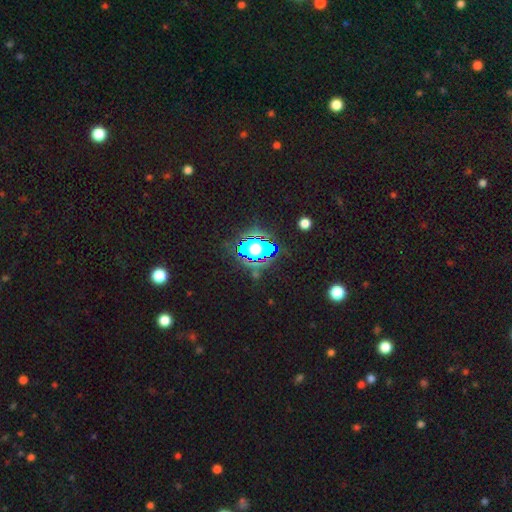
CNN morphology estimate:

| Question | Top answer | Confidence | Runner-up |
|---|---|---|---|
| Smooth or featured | star or artifact | 78% | smooth (14%) |